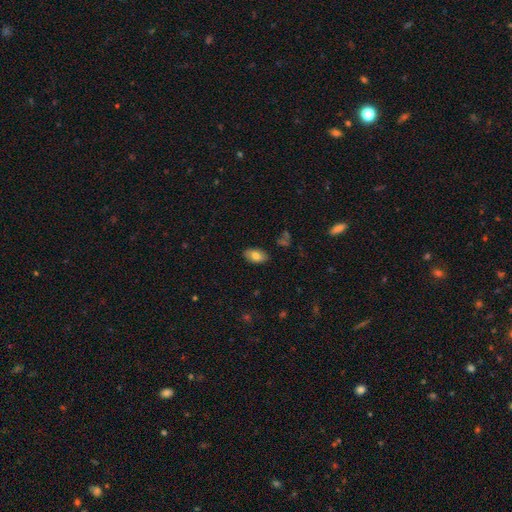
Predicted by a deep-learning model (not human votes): A smooth galaxy with no disk features (77%) that is in between round and cigar-shaped (92%). Merging: none (87%).